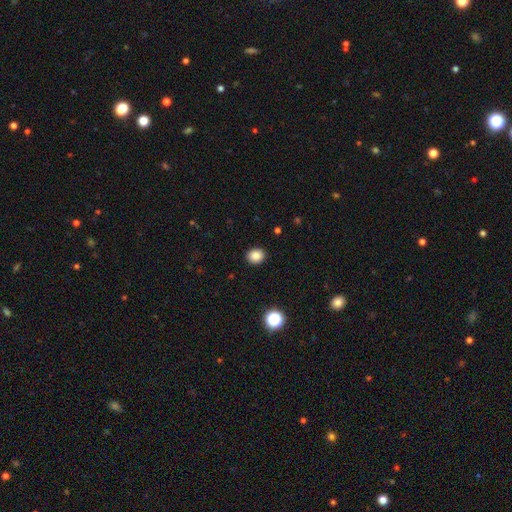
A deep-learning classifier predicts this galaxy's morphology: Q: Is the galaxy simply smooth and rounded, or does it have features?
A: smooth — 86%.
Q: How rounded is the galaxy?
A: round — 67%.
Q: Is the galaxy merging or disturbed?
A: none — 91%.